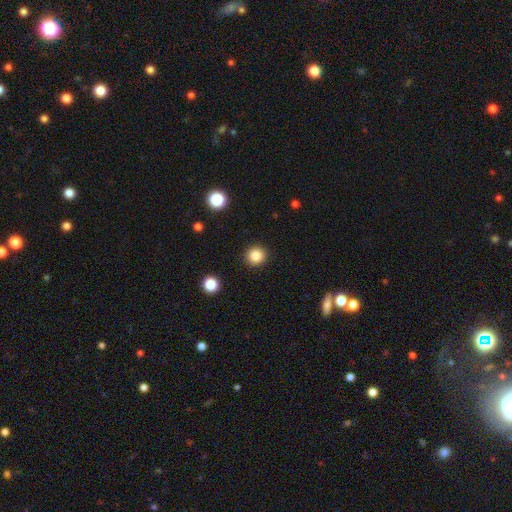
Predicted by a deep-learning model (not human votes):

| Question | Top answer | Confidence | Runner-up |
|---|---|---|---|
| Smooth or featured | smooth | 85% | star or artifact (11%) |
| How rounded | round | 94% | in between (5%) |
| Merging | none | 92% | minor disturbance (5%) |